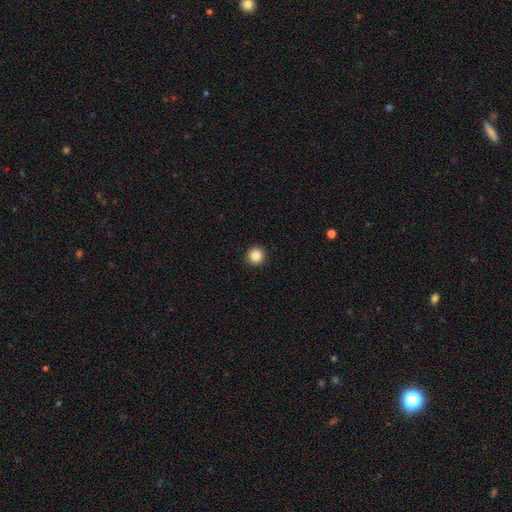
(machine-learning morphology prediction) A smooth galaxy with no disk features (86%) that is round (96%). Merging: none (94%).